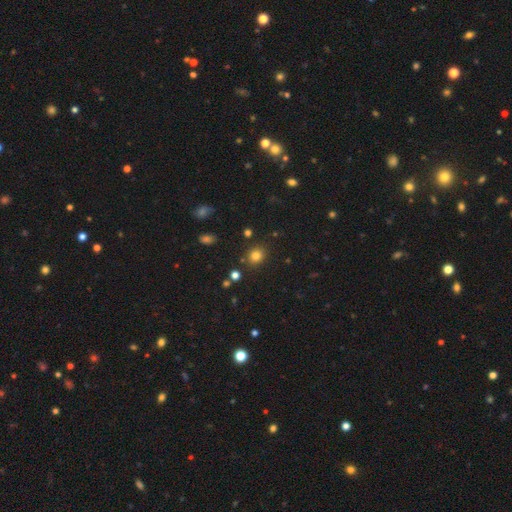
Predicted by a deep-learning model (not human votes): A smooth galaxy with no disk features (80%) that is round (76%). Merging: none (84%).